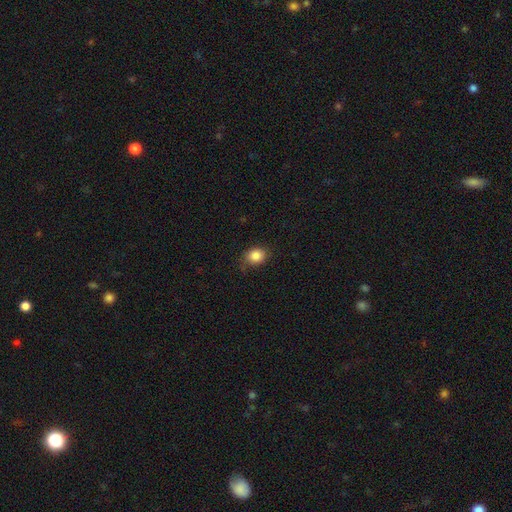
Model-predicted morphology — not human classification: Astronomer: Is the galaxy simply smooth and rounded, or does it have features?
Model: smooth — 86%.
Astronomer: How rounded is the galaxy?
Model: round — 55% (runner-up: in between, 44%).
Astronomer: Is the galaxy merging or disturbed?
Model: none — 75%.